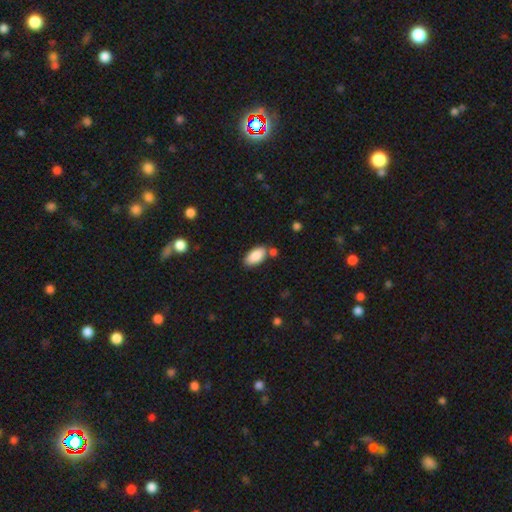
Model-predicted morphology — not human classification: A smooth galaxy with no disk features (87%) that is in between round and cigar-shaped (94%).

Vote fractions:
- Smooth or featured? smooth: 87% / star or artifact: 7% / featured or disk: 6%
- How rounded? in between: 94% / cigar-shaped: 3% / round: 2%
- Merging? none: 74% / minor disturbance: 13% / merger: 10% / major disturbance: 3%